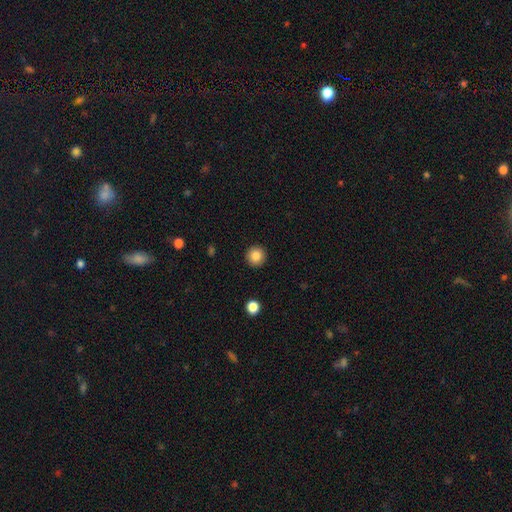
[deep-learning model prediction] This appears to be a smooth galaxy with no disk features (85%) that is round (95%). Merging: none (93%).